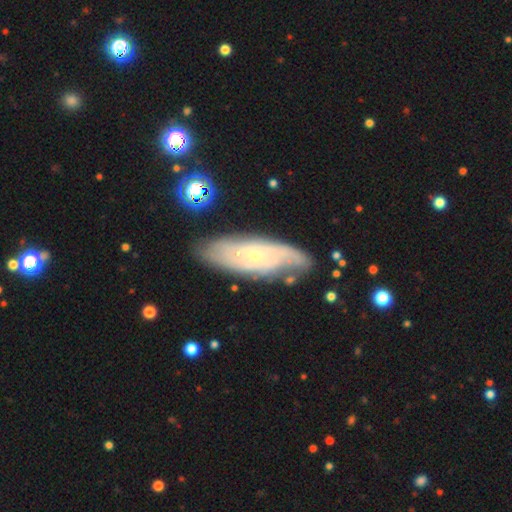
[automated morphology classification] Overall: featured or disk (72%). Edge-on disk: no (82%). Bar: no (50%; weak 40%). Spiral arms: yes (89%). Spiral arm count: can't tell (46%; 2 32%). Spiral winding: tight (52%; medium 35%). Bulge size: small (75%). Merging: none (75%).